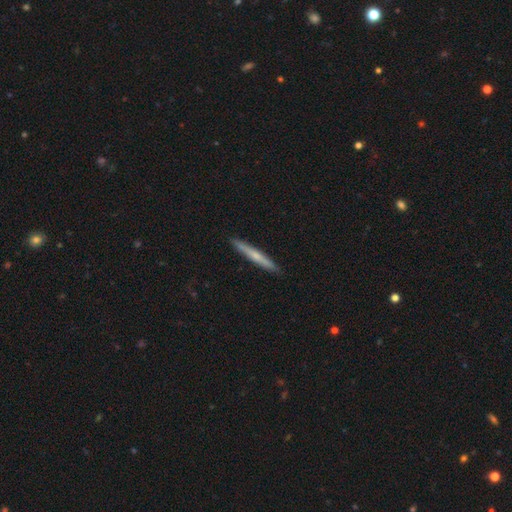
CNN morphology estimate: This is possibly a smooth galaxy (52%). How rounded: clearly cigar-shaped (96%). Merging: clearly none (92%).